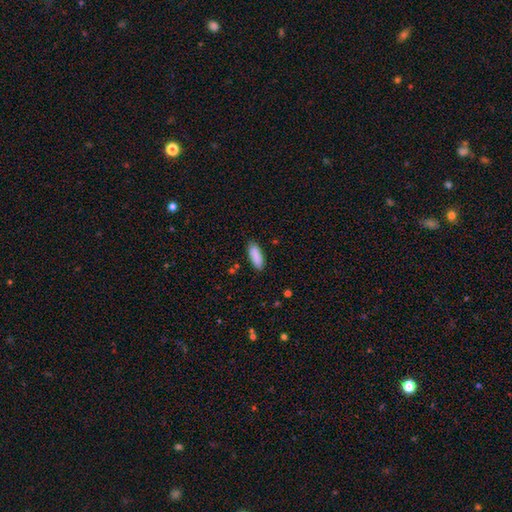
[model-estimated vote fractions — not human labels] Smooth or featured? Predicted: smooth (p=0.89). How rounded? Predicted: in between (p=0.69). Merging? Predicted: none (p=0.86).